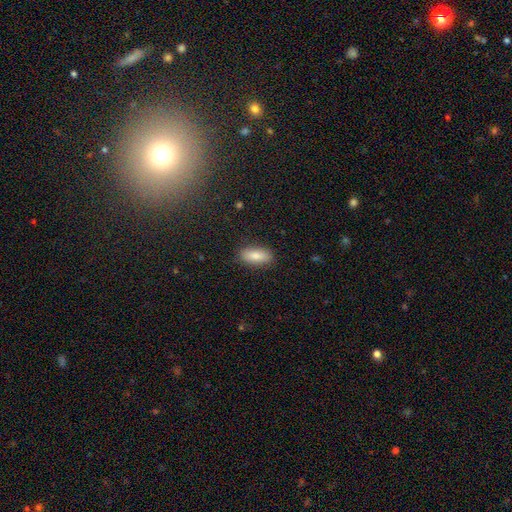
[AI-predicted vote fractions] Overall: smooth (84%). How rounded: in between (82%). Merging: none (87%).